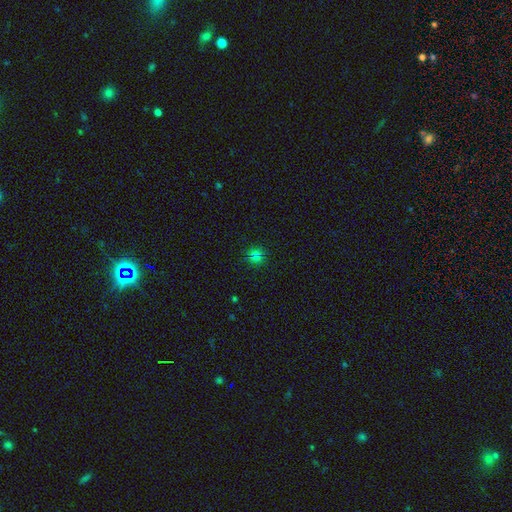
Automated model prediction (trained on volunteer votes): smooth-or-featured: smooth: 69% | star or artifact: 23% | featured or disk: 8%
  how-rounded: round: 90% | in between: 9% | cigar-shaped: 1%
  merging: none: 77% | merger: 11% | minor disturbance: 9% | major disturbance: 3%